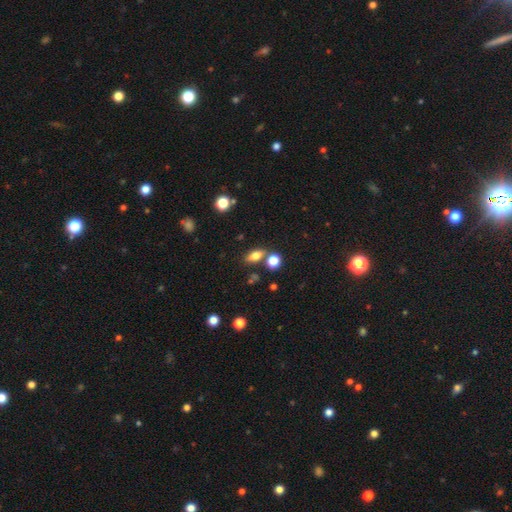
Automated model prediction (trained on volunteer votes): Smooth or featured? Predicted: smooth (p=0.75). How rounded? Predicted: in between (p=0.78). Merging? Predicted: none (p=0.69).